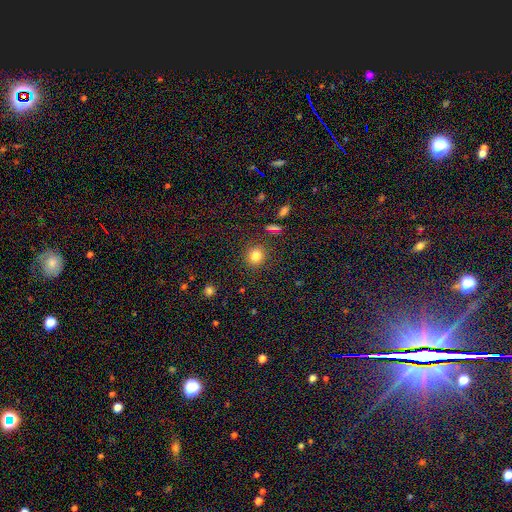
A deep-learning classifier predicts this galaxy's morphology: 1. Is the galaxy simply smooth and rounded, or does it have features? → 81% smooth, 13% star or artifact, 6% featured or disk.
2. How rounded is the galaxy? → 88% round, 10% in between, 1% cigar-shaped.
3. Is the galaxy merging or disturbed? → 88% none, 7% minor disturbance, 3% major disturbance, 2% merger.